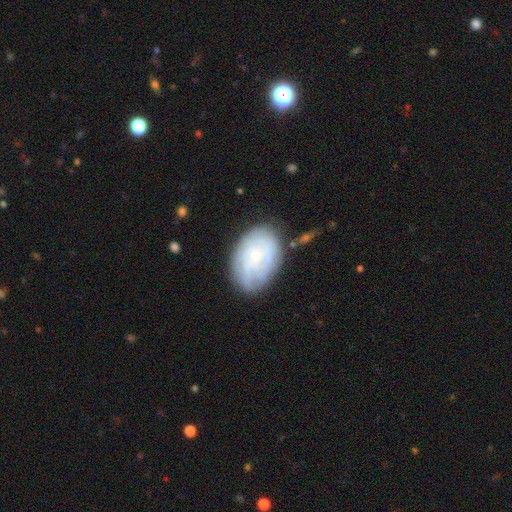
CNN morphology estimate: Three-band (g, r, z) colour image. It shows a featured or disk galaxy (54%) with no bar (77%), spiral arms (75%) and a small central bulge (76%). Merging: none (69%).